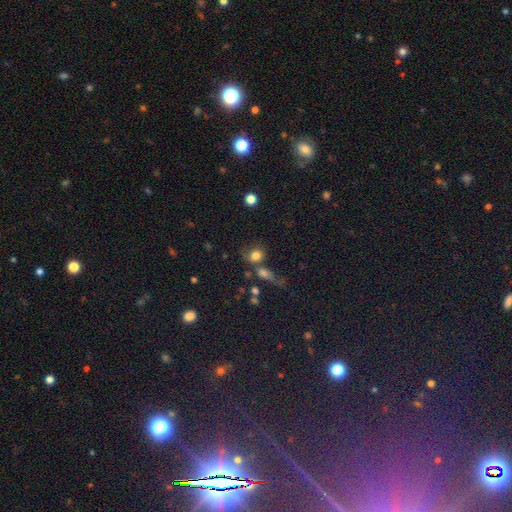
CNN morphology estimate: This appears to be a smooth galaxy with no disk features (79%) that is round (56%). Merging: none (47%).